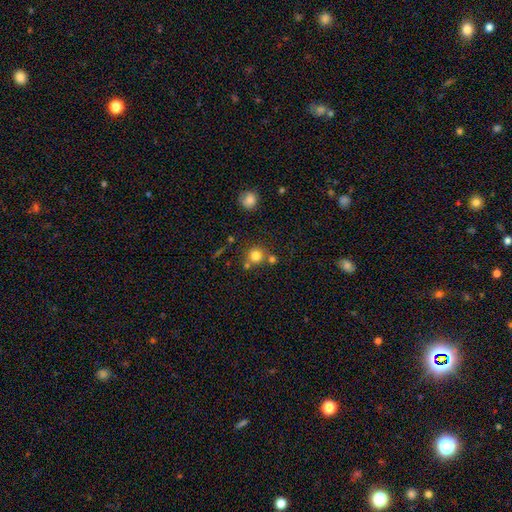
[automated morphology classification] The model was most divided on "merging": none: 66%, merger: 22%, minor disturbance: 9%, major disturbance: 4%. More confident: how rounded — round (91%); smooth or featured — smooth (79%).